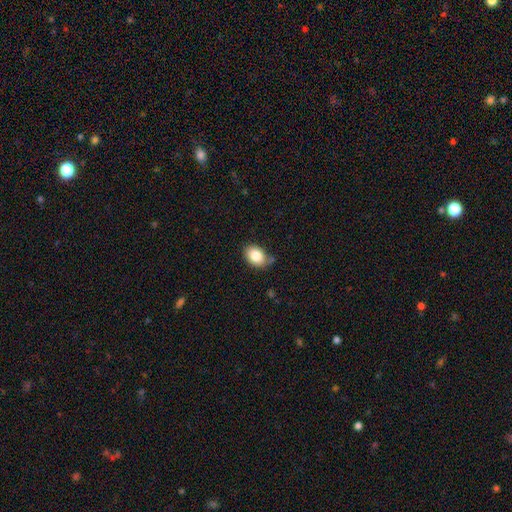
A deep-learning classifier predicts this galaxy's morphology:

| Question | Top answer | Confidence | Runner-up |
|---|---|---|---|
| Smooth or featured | smooth | 84% | star or artifact (8%) |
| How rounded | in between | 75% | round (24%) |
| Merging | none | 71% | minor disturbance (21%) |